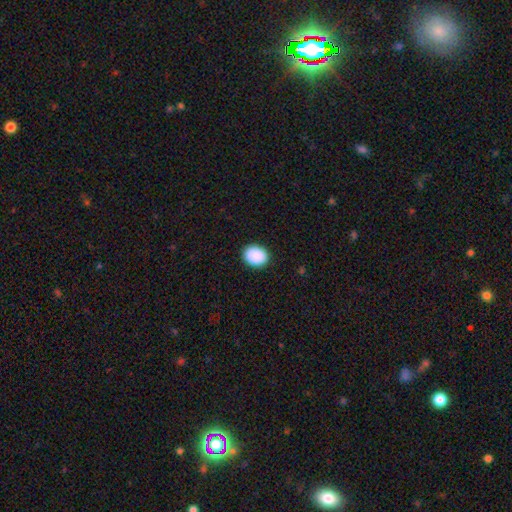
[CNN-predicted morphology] smooth_or_featured: smooth (p=0.90) [alt: star or artifact p=0.07]
how_rounded: in between (p=0.50) [alt: round p=0.49]
merging: none (p=0.89) [alt: minor disturbance p=0.08]